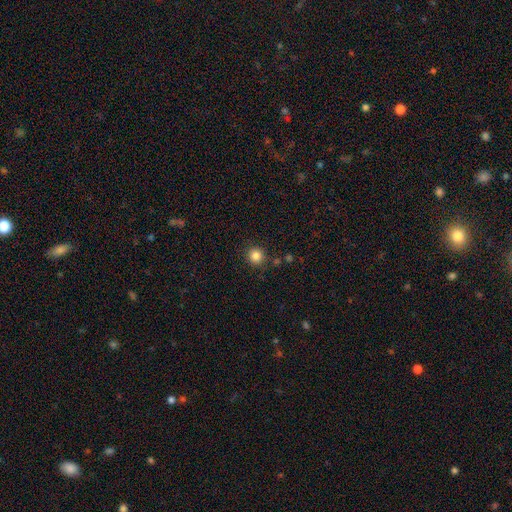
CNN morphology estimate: smooth_or_featured: smooth (p=0.84) [alt: star or artifact p=0.12]
how_rounded: round (p=0.94) [alt: in between p=0.05]
merging: none (p=0.88) [alt: minor disturbance p=0.07]